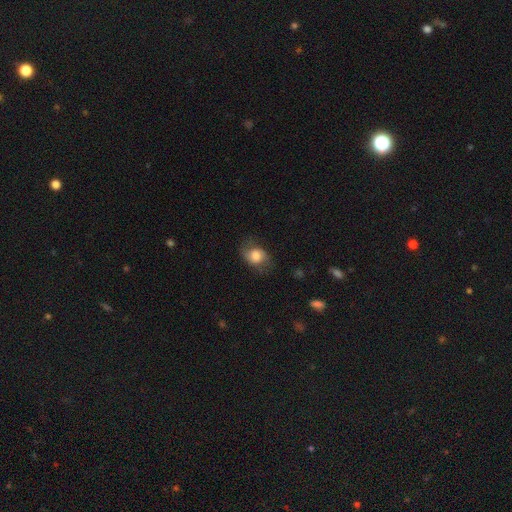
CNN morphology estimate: The model was most divided on "how rounded": in between: 64%, round: 35%, cigar-shaped: 1%. More confident: smooth or featured — smooth (67%); merging — none (64%).